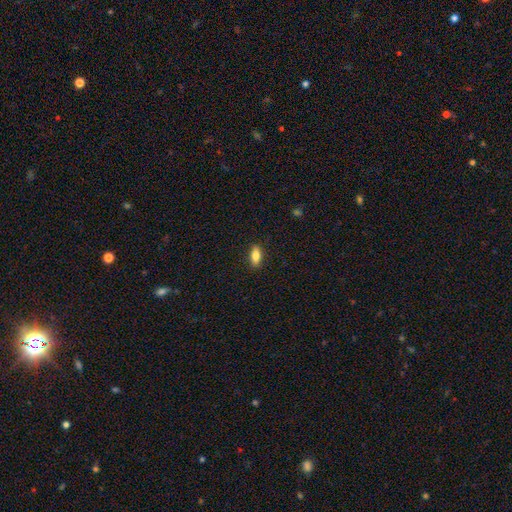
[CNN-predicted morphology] A smooth galaxy with no disk features (79%) that is in between round and cigar-shaped (77%). Merging: none (88%).